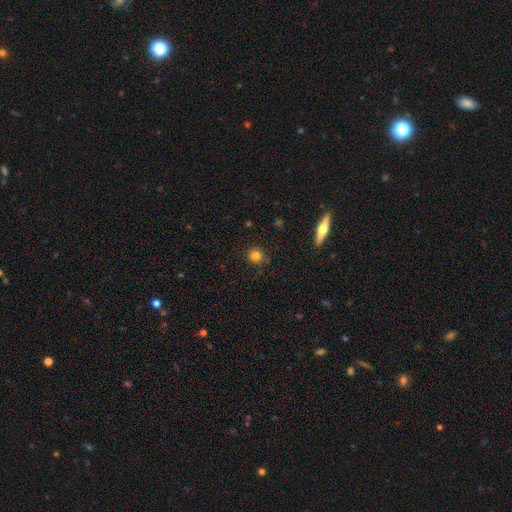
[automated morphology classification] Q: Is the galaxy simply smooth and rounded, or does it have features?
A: smooth — 81%.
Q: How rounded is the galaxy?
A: round — 91%.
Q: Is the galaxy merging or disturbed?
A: none — 83%.